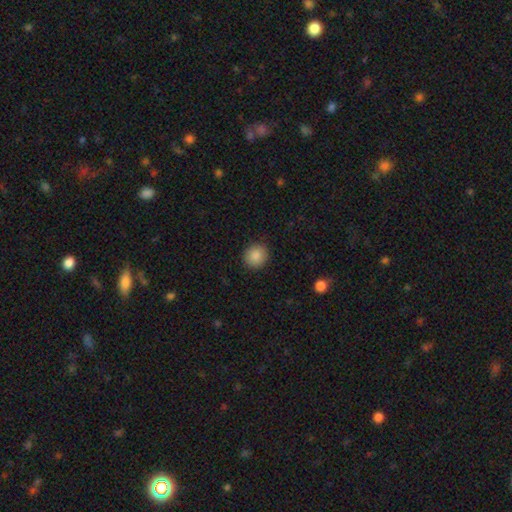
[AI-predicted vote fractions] Morphology: type=smooth (88%); roundness=round (86%); merging=none (90%).